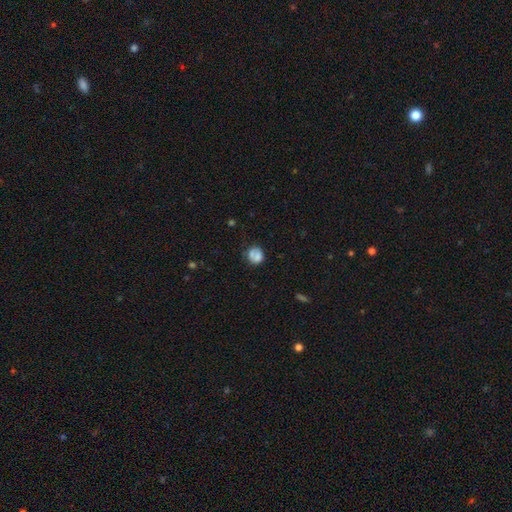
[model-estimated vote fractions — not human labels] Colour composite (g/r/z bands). It shows a smooth galaxy with no disk features (69%) that is round (75%). Merging: none (53%).